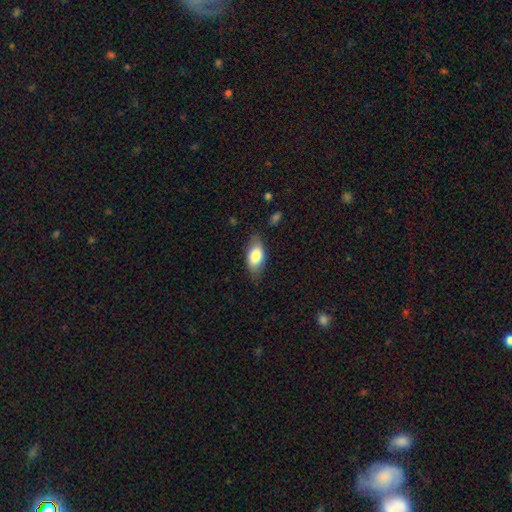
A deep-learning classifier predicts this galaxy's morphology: Smooth or featured?
  - smooth: 79% *
  - featured or disk: 15%
  - star or artifact: 7%
How rounded?
  - in between: 89% *
  - cigar-shaped: 6%
  - round: 4%
Merging?
  - none: 77% *
  - minor disturbance: 17%
  - major disturbance: 4%
  - merger: 1%